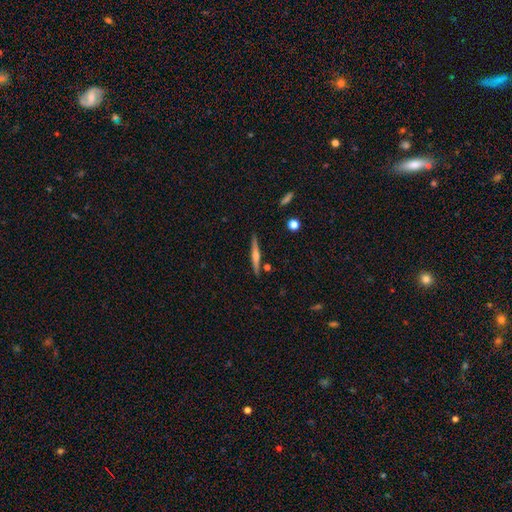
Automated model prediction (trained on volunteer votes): Smooth or featured?
  - featured or disk: 69% *
  - smooth: 25%
  - star or artifact: 6%
Edge-on disk?
  - yes: 98% *
  - no: 2%
Edge-on bulge?
  - rounded: 80% *
  - none: 11%
  - boxy: 8%
Merging?
  - none: 89% *
  - minor disturbance: 7%
  - merger: 2%
  - major disturbance: 2%